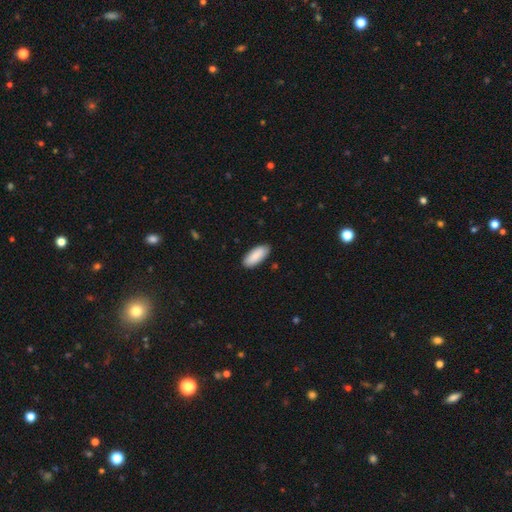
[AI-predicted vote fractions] Morphology: type=smooth (89%); roundness=in between (82%); merging=none (87%).